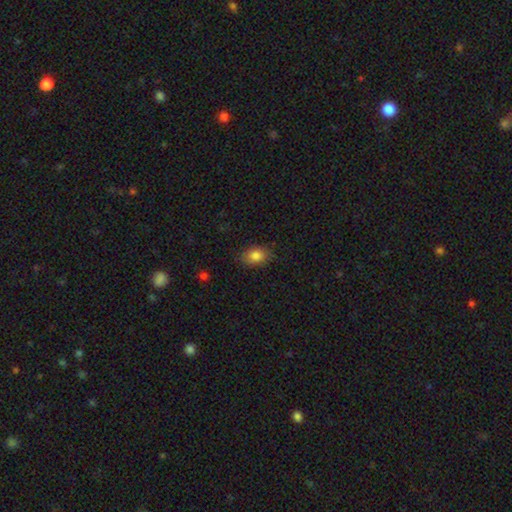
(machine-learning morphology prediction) A smooth galaxy with no disk features (82%) that is in between round and cigar-shaped (78%). Merging: none (83%).